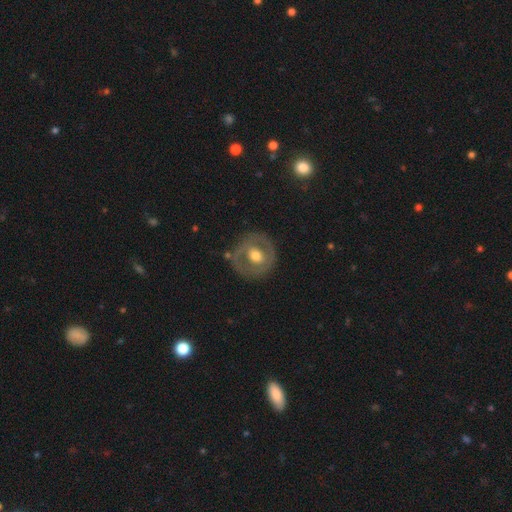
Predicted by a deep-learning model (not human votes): Smooth or featured? featured or disk (56%)
Edge-on disk? no (95%)
Bar? no (65%)
Spiral arms? no (76%)
Bulge size? moderate (71%)
Merging? none (77%)